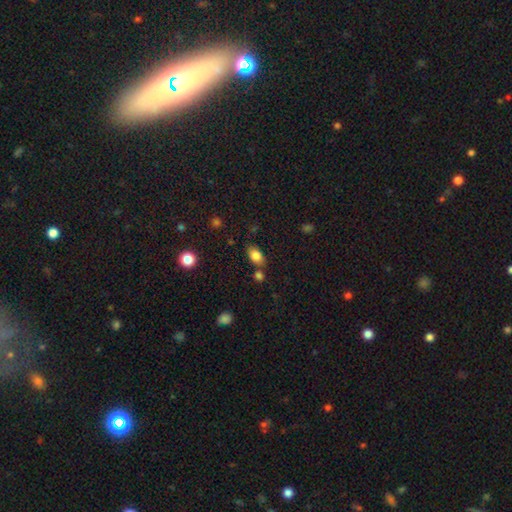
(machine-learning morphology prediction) This is clearly a smooth galaxy (84%). How rounded: clearly in between (86%). Merging: likely none (68%).